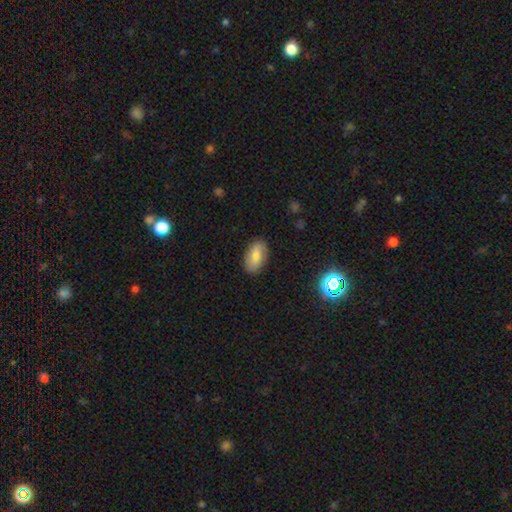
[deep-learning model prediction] A smooth galaxy with no disk features (73%) that is in between round and cigar-shaped (92%).

Vote fractions:
- Smooth or featured? smooth: 73% / featured or disk: 19% / star or artifact: 8%
- How rounded? in between: 92% / round: 4% / cigar-shaped: 4%
- Merging? none: 85% / minor disturbance: 11% / major disturbance: 2% / merger: 1%